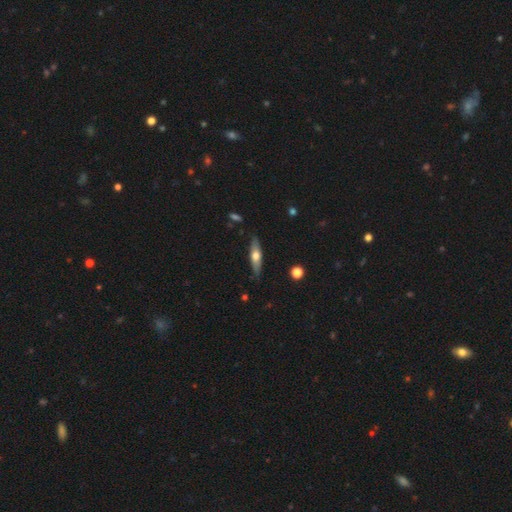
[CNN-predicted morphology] A smooth galaxy with no disk features (48%).

Vote fractions:
- Smooth or featured? smooth: 48% / featured or disk: 46% / star or artifact: 6%
- Merging? none: 85% / minor disturbance: 12% / major disturbance: 2% / merger: 2%